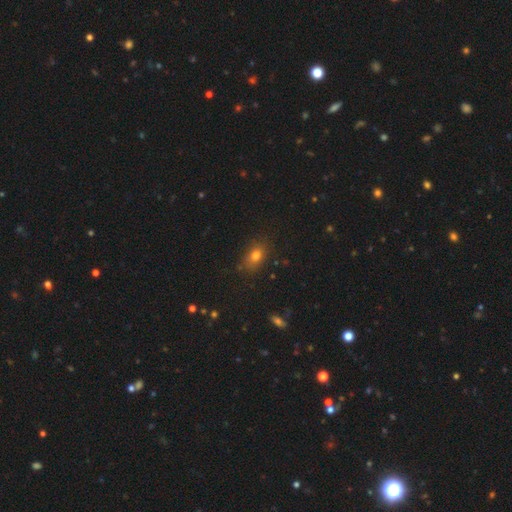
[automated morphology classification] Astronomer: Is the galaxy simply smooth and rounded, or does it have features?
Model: smooth — 77%.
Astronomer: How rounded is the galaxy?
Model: in between — 69%.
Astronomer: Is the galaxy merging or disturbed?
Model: none — 77%.